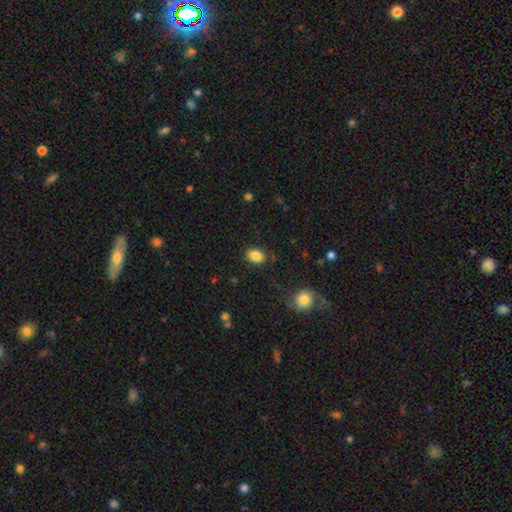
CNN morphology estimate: This is clearly a smooth galaxy (85%). How rounded: likely in between (74%). Merging: clearly none (85%).